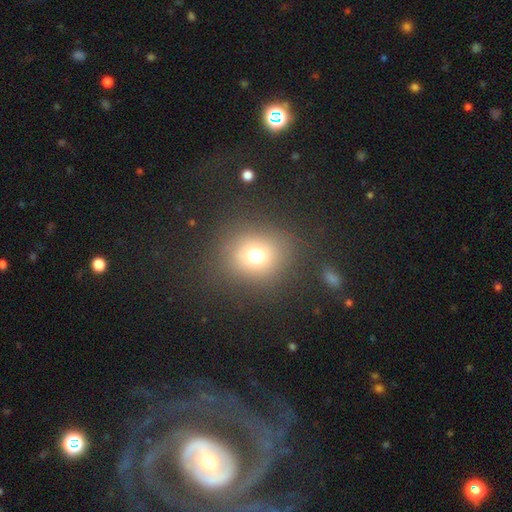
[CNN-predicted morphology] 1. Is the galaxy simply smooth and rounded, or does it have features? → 69% smooth, 20% star or artifact, 11% featured or disk.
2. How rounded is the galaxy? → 82% round, 17% in between, 1% cigar-shaped.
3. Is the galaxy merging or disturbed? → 82% none, 9% minor disturbance, 7% major disturbance, 2% merger.